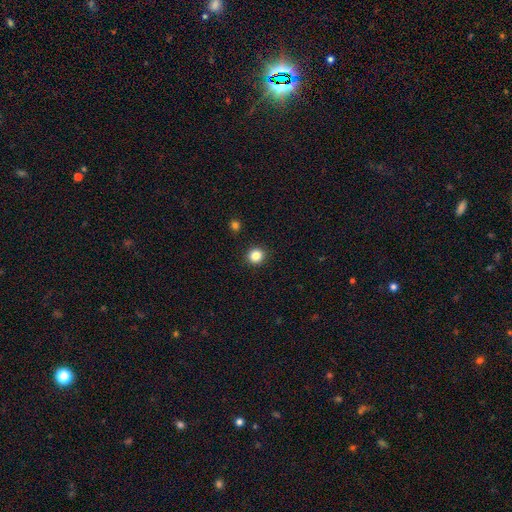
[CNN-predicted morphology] This appears to be a smooth galaxy with no disk features (84%) that is round (91%). Merging: none (92%).